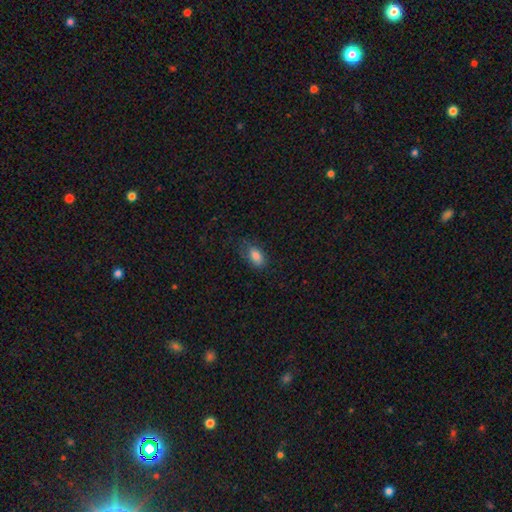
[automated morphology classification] Overall: smooth (84%). How rounded: in between (90%). Merging: none (63%; minor disturbance 26%).